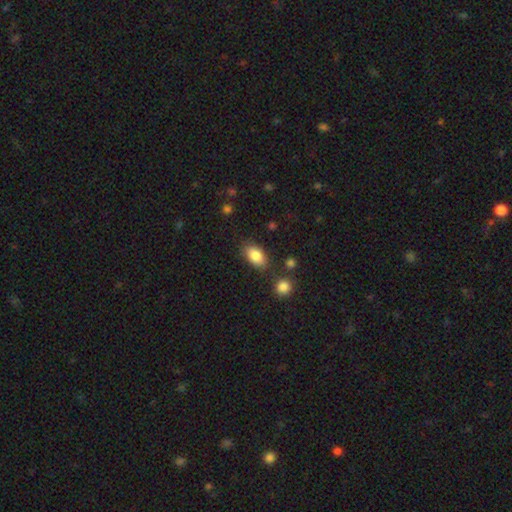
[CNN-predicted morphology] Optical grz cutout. It shows a smooth galaxy with no disk features (85%) that is in between round and cigar-shaped (90%). Merging: none (80%).